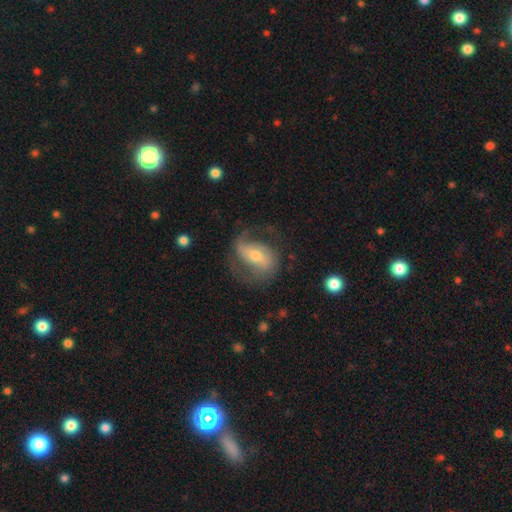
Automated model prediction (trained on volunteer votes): Morphology: type=featured or disk (74%); edge-on=no (95%); bar=weak (39%); spiral arms=yes (89%); winding=medium (46%); arm count=2 (79%); bulge=moderate (52%); merging=none (59%).